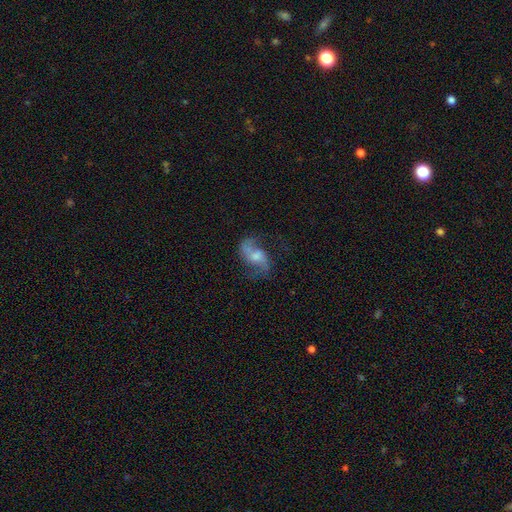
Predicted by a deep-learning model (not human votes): This is clearly a featured or disk galaxy (81%). It is clearly not viewed edge-on (96%). Bar: marginally no (44%). Spiral arm pattern: clearly yes (94%). Spiral arm count: clearly 2 (90%). Spiral winding: likely loose (62%). Central bulge: possibly moderate (49%). Merging: likely none (70%).